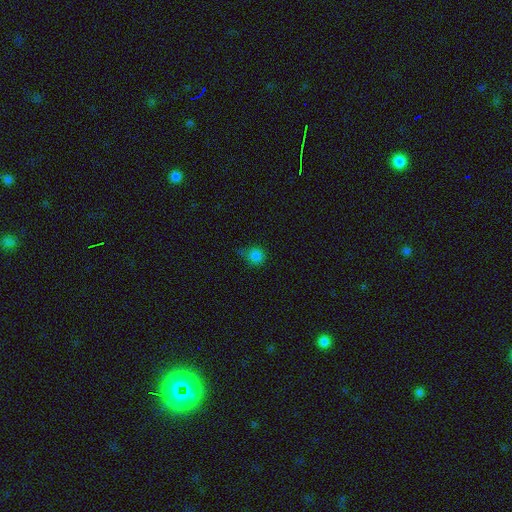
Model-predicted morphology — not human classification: Overall: smooth (81%). How rounded: round (92%). Merging: none (66%).